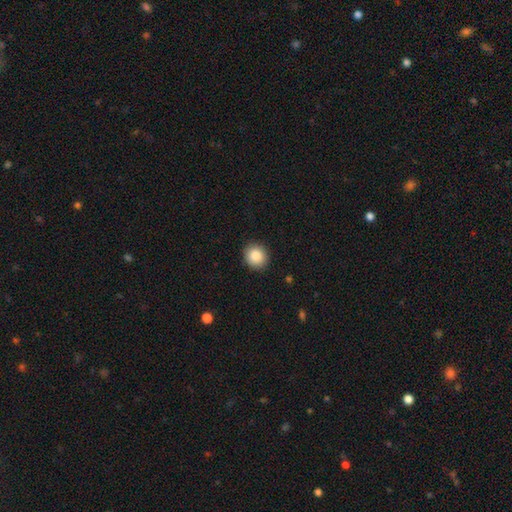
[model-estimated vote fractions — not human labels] Q: Smooth or featured?
A: smooth (86%); runner-up: star or artifact (8%)
Q: How rounded?
A: round (83%); runner-up: in between (16%)
Q: Merging?
A: none (91%); runner-up: minor disturbance (6%)